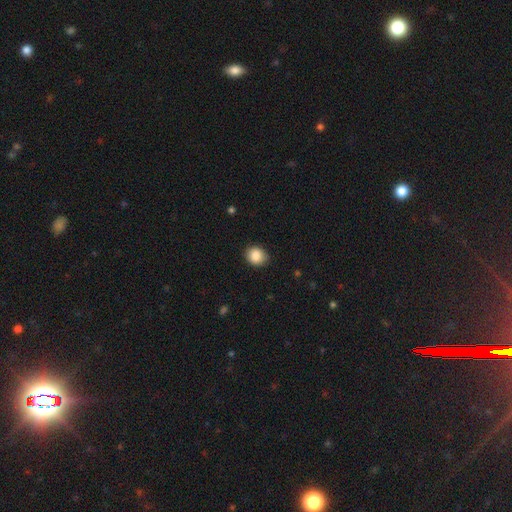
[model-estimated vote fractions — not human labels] Smooth or featured: smooth — 87% (star or artifact — 9%)
How rounded: round — 67% (in between — 32%)
Merging: none — 84% (minor disturbance — 13%)